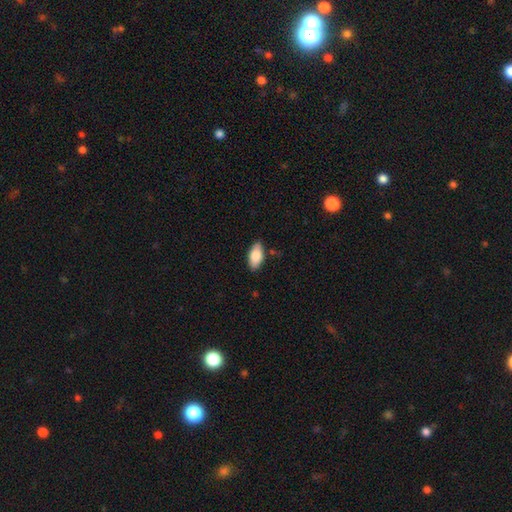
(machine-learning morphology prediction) This appears to be a smooth galaxy with no disk features (80%) that is in between round and cigar-shaped (91%). Merging: none (83%).